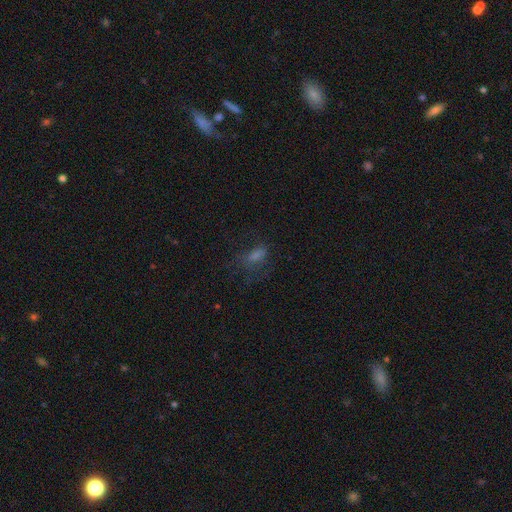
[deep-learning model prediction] Overall: smooth (51%; star or artifact 28%). How rounded: in between (71%). Merging: none (54%; major disturbance 24%).